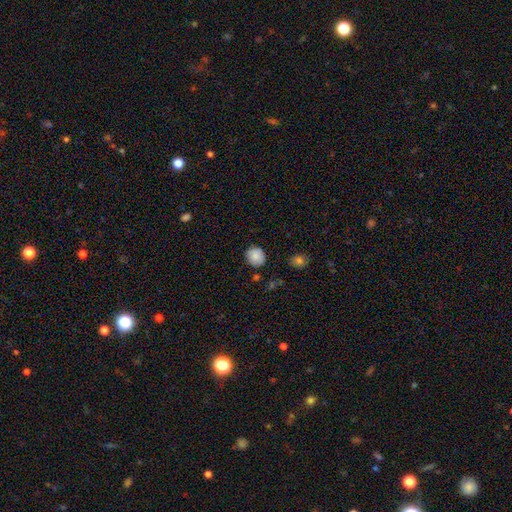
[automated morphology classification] Overall: smooth (86%). How rounded: round (80%). Merging: none (81%).